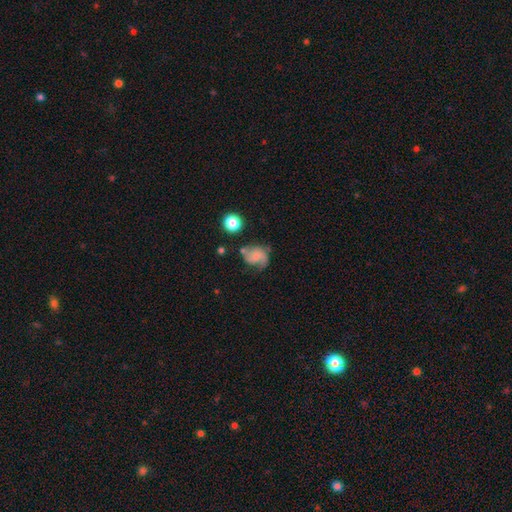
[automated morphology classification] smooth-or-featured: featured or disk: 58% | smooth: 33% | star or artifact: 10%
  disk-edge-on: no: 98% | yes: 2%
    bar: no: 68% | weak: 27% | strong: 5%
    has-spiral-arms: yes: 89% | no: 11%
      spiral-winding: loose: 42% | medium: 40% | tight: 18%
      spiral-arm-count: 2: 62% | 1: 26% | can't tell: 8% | 3: 2% | 4: 1% | more than 4: 1%
    bulge-size: small: 42% | none: 38% | moderate: 15% | large: 3% | dominant: 2%
  merging: none: 46% | minor disturbance: 26% | major disturbance: 21% | merger: 6%